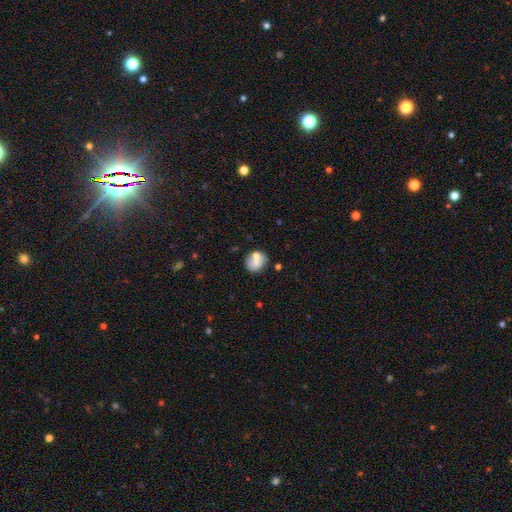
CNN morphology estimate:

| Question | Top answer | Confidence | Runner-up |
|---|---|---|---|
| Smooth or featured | smooth | 67% | featured or disk (24%) |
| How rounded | round | 69% | in between (30%) |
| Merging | none | 54% | merger (24%) |